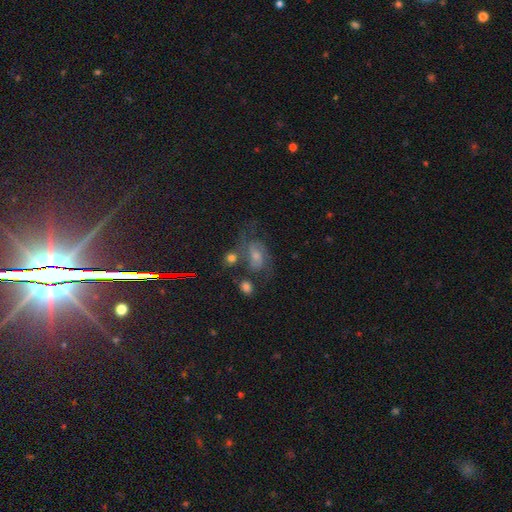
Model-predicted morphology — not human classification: Smooth or featured? Predicted: featured or disk (p=0.57). Edge-on disk? Predicted: no (p=0.95). Bar? Predicted: weak (p=0.45). Spiral arms? Predicted: yes (p=0.88). Bulge size? Predicted: moderate (p=0.44). Merging? Predicted: none (p=0.57).